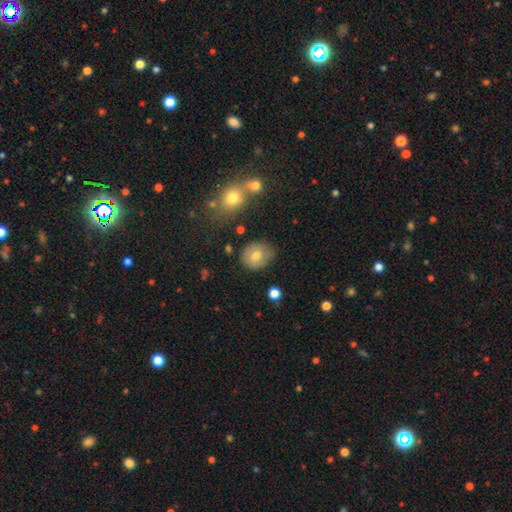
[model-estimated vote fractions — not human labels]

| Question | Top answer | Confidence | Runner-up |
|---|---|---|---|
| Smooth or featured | smooth | 70% | featured or disk (19%) |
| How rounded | round | 75% | in between (24%) |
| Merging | none | 75% | minor disturbance (17%) |